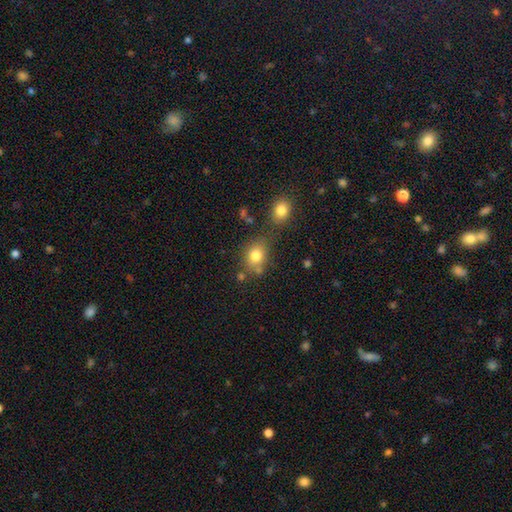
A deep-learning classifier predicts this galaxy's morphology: A smooth galaxy with no disk features (79%) that is round (50%). Merging: none (63%).